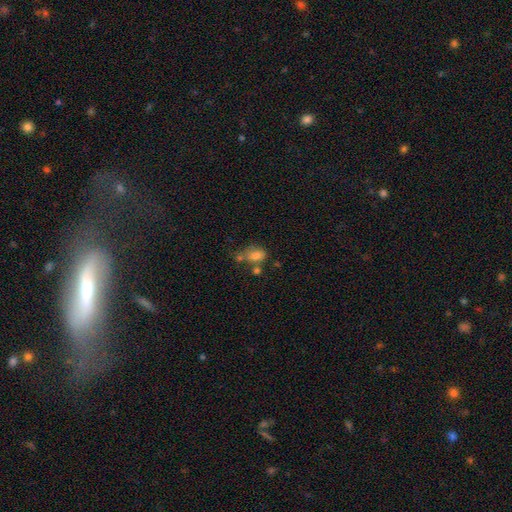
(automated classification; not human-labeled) Smooth or featured? Predicted: smooth (p=0.77). How rounded? Predicted: in between (p=0.80). Merging? Predicted: none (p=0.40).